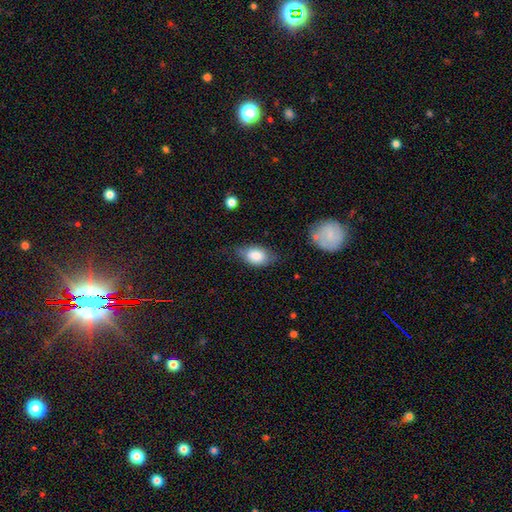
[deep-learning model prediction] Morphology: type=smooth (78%); roundness=in between (86%); merging=none (60%).